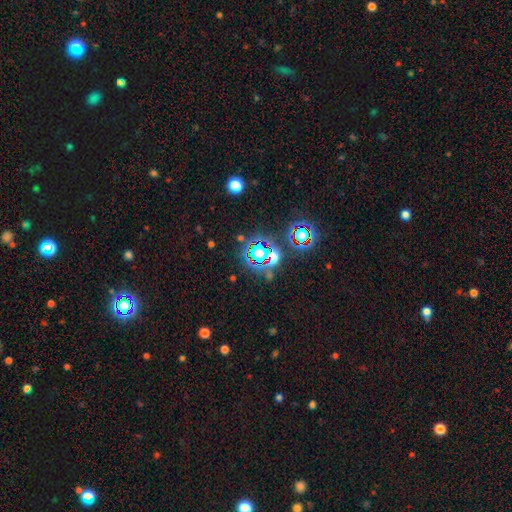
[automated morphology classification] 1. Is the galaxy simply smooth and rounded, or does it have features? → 64% star or artifact, 24% smooth, 12% featured or disk.